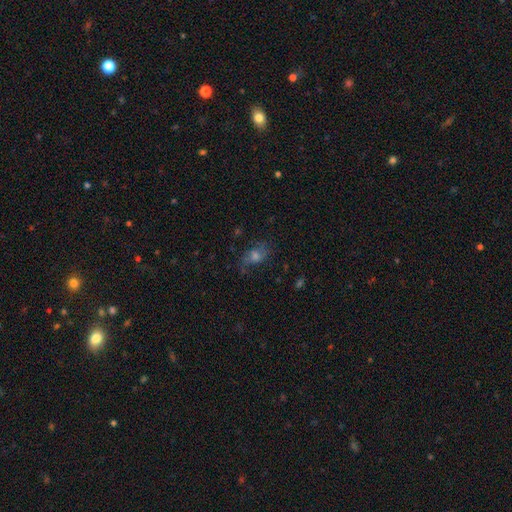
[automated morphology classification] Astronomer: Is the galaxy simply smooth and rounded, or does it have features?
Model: featured or disk — 42% (runner-up: smooth, 40%).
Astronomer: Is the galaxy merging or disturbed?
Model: none — 62%.